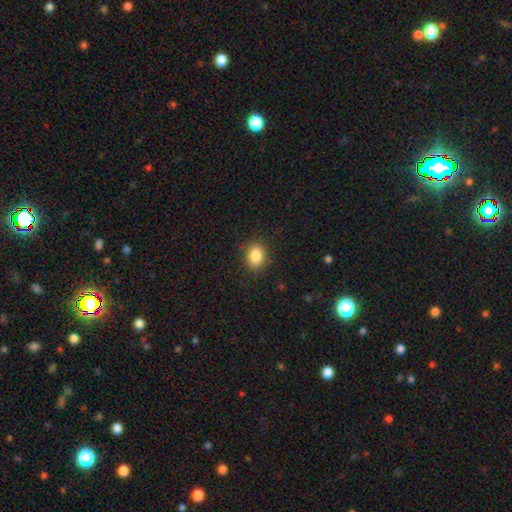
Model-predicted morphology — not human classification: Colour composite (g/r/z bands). It shows a smooth galaxy with no disk features (86%) that is in between round and cigar-shaped (74%). Merging: none (86%).